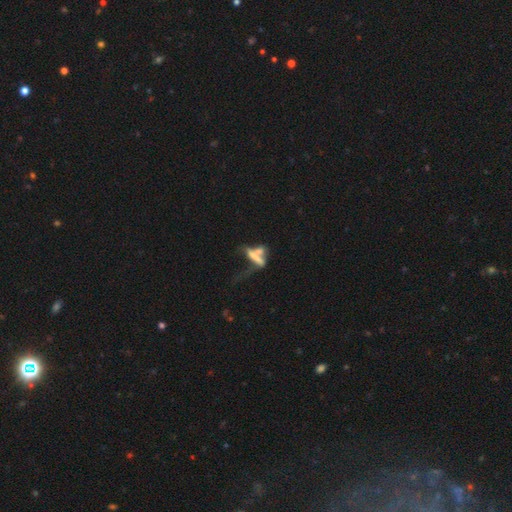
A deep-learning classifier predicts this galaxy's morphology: Smooth or featured? smooth (47%)
Merging? merger (49%)